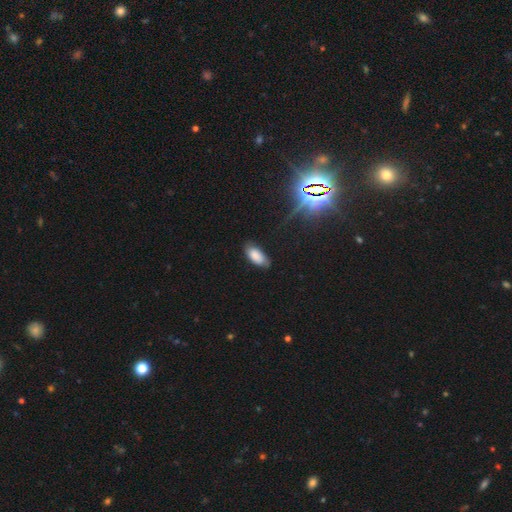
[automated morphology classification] type=smooth (82%); roundness=in between (91%); merging=none (71%).